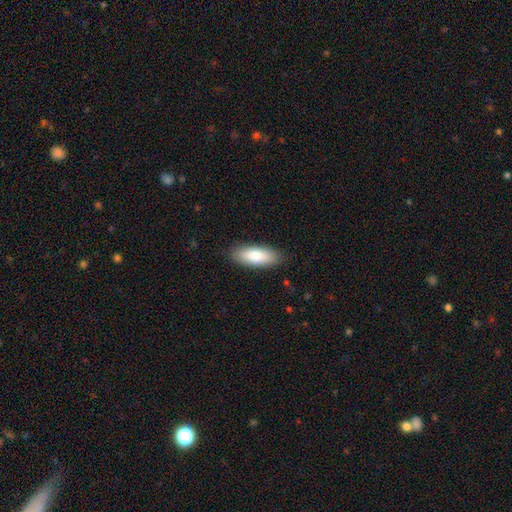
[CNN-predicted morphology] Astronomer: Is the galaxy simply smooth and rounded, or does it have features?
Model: smooth — 82%.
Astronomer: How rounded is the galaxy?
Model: in between — 75%.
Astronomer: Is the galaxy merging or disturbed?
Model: none — 87%.